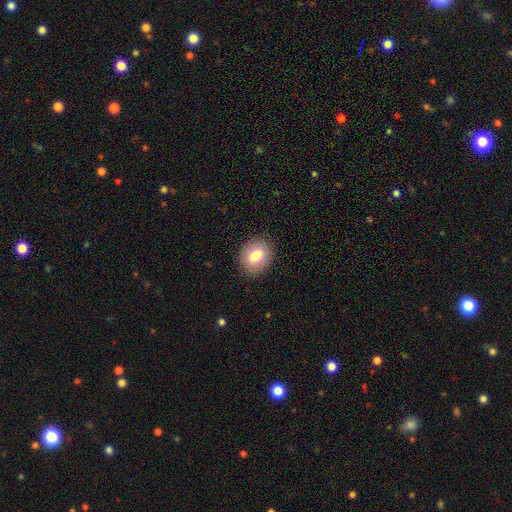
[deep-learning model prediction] smooth 80%, featured or disk 12%, star or artifact 8%. Down the decision tree: how rounded — round (53%); merging — none (89%).